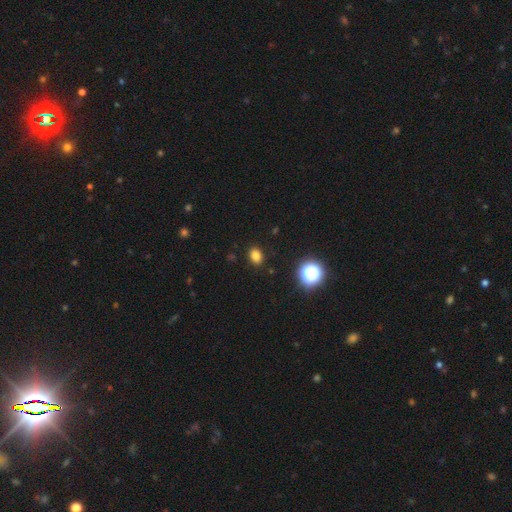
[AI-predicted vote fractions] Smooth or featured: smooth — 80% (star or artifact — 15%)
How rounded: in between — 64% (round — 34%)
Merging: none — 89% (minor disturbance — 8%)